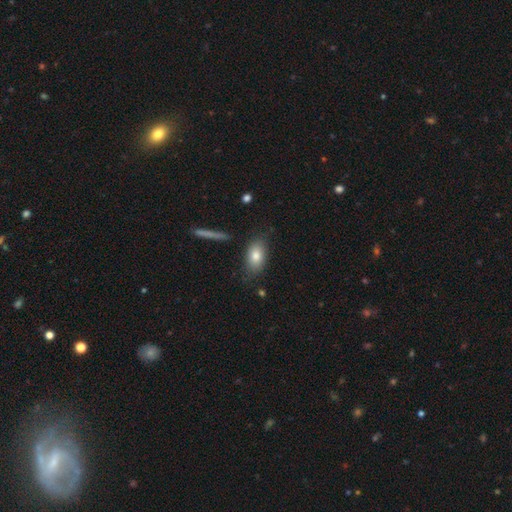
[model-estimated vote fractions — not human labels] Smooth or featured?
  - smooth: 80% *
  - featured or disk: 12%
  - star or artifact: 7%
How rounded?
  - in between: 88% *
  - round: 7%
  - cigar-shaped: 5%
Merging?
  - none: 80% *
  - minor disturbance: 13%
  - major disturbance: 4%
  - merger: 3%